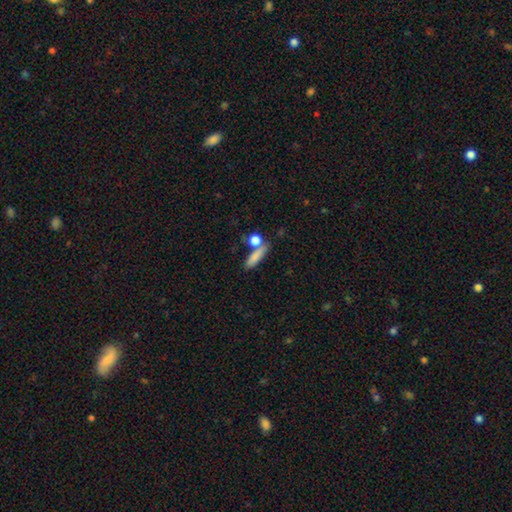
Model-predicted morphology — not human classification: Smooth or featured?
  - smooth: 80% *
  - featured or disk: 11%
  - star or artifact: 9%
How rounded?
  - cigar-shaped: 54% *
  - in between: 33%
  - round: 13%
Merging?
  - none: 60% *
  - merger: 22%
  - minor disturbance: 12%
  - major disturbance: 5%